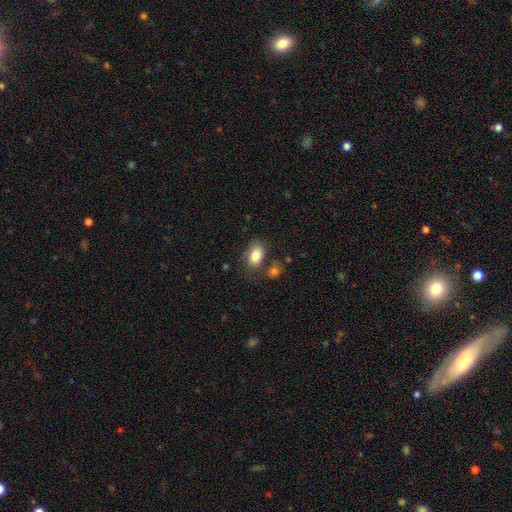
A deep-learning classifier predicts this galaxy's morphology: Smooth or featured: smooth — 83% (featured or disk — 9%)
How rounded: in between — 87% (round — 12%)
Merging: none — 65% (minor disturbance — 18%)